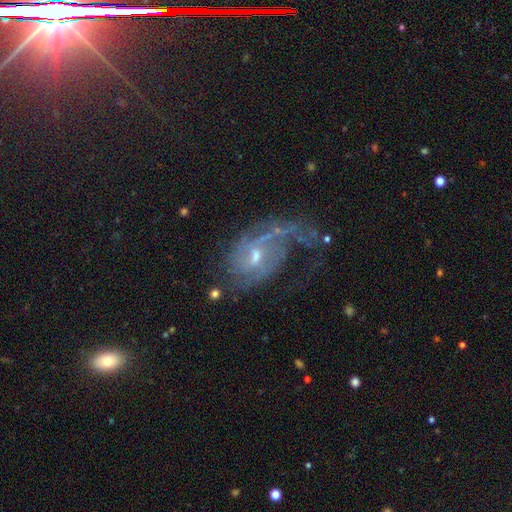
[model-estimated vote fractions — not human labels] The model was most divided on "spiral winding": loose: 40%, medium: 38%, tight: 22%. Remaining: edge-on disk — no (96%); spiral arms — yes (89%); smooth or featured — featured or disk (78%); bulge size — small (51%); bar — no (51%); merging — none (38%); spiral arm count — 1 (37%).